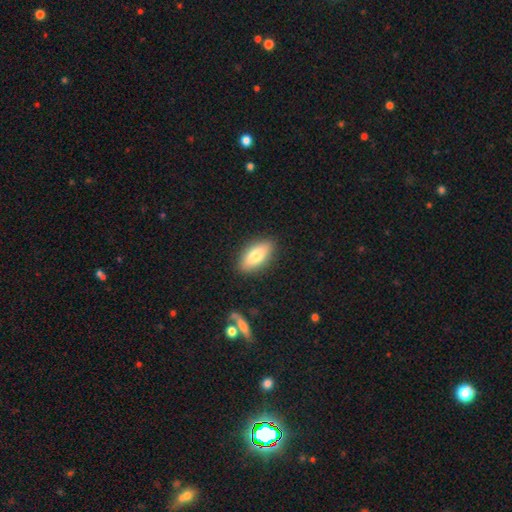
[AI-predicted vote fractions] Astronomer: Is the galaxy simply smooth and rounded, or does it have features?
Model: smooth — 77%.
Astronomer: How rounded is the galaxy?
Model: in between — 85%.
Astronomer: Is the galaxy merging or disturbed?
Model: none — 87%.